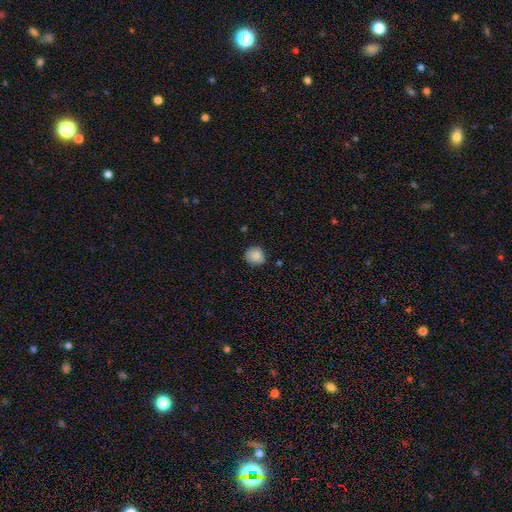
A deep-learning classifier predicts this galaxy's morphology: Smooth or featured? Predicted: smooth (p=0.87). How rounded? Predicted: round (p=0.84). Merging? Predicted: none (p=0.80).